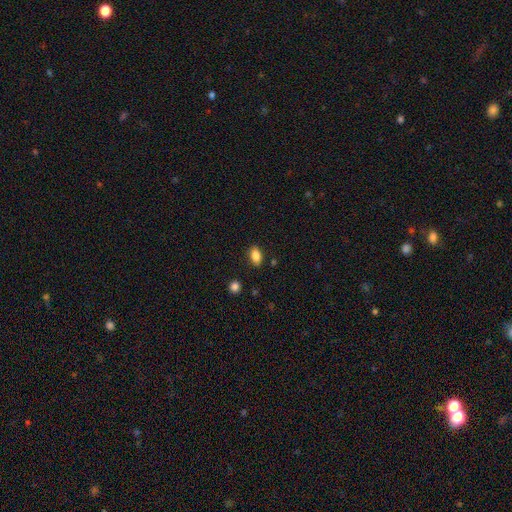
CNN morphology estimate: smooth 86%, star or artifact 9%, featured or disk 5%. Down the decision tree: how rounded — in between (88%); merging — none (86%).